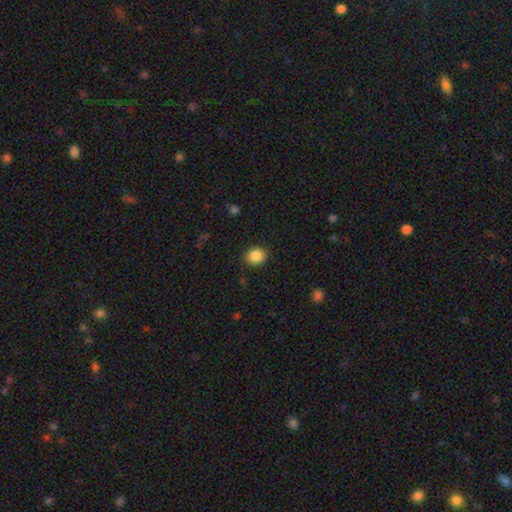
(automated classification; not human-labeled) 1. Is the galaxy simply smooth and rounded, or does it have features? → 87% smooth, 9% star or artifact, 4% featured or disk.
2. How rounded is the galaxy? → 68% round, 31% in between, 1% cigar-shaped.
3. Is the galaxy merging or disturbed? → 88% none, 8% minor disturbance, 2% major disturbance, 1% merger.